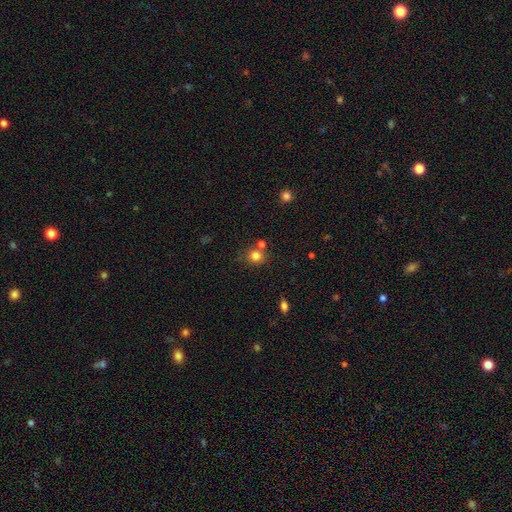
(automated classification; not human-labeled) Morphology: type=smooth (81%); roundness=round (84%); merging=none (66%).